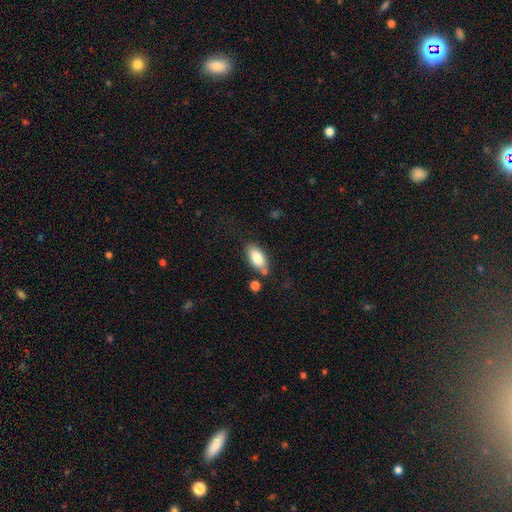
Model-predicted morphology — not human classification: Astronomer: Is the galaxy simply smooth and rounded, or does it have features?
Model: smooth — 84%.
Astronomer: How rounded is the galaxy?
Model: in between — 90%.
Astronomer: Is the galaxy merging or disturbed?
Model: none — 71%.